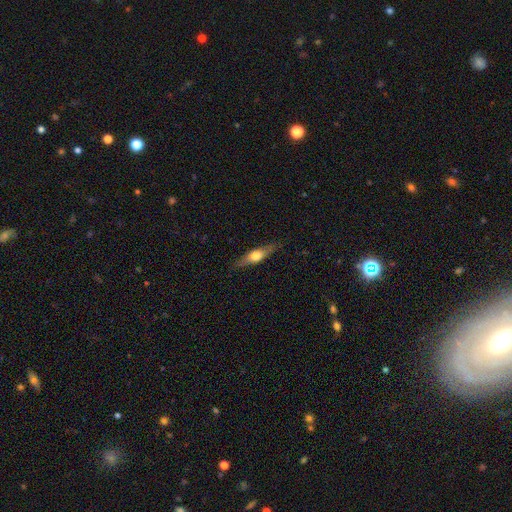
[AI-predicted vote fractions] Smooth or featured?
  - featured or disk: 54% *
  - smooth: 40%
  - star or artifact: 6%
Edge-on disk?
  - yes: 90% *
  - no: 10%
Merging?
  - none: 84% *
  - minor disturbance: 12%
  - major disturbance: 3%
  - merger: 1%